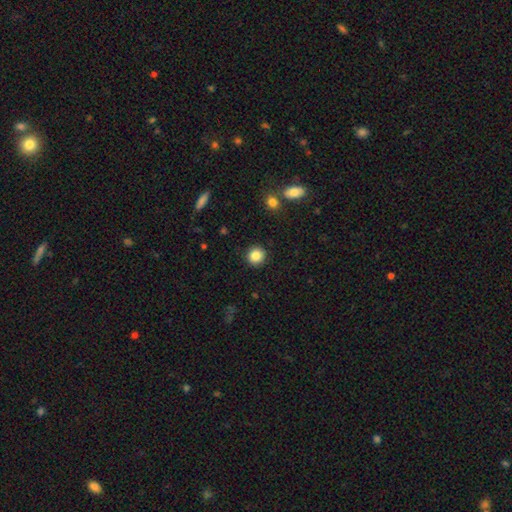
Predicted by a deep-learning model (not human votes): Smooth or featured?
  - smooth: 85% *
  - star or artifact: 10%
  - featured or disk: 5%
How rounded?
  - round: 93% *
  - in between: 6%
  - cigar-shaped: 1%
Merging?
  - none: 92% *
  - minor disturbance: 5%
  - major disturbance: 2%
  - merger: 1%